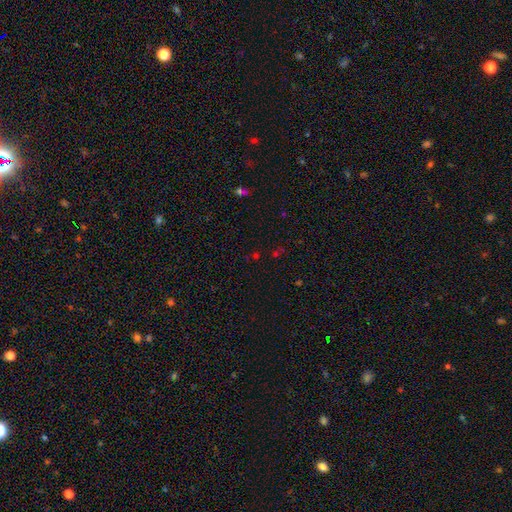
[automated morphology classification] smooth-or-featured: star or artifact: 57% | smooth: 35% | featured or disk: 8%